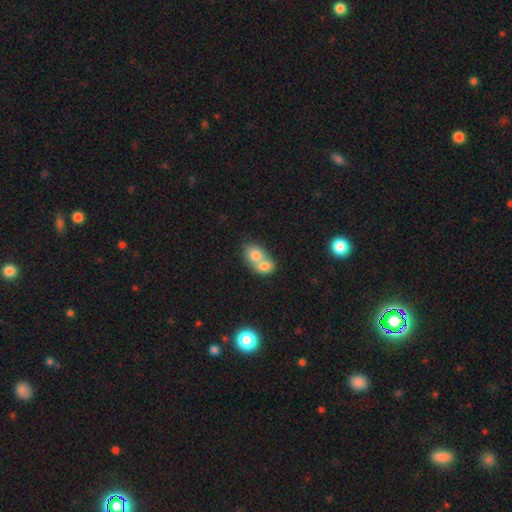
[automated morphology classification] Smooth or featured: smooth — 75% (featured or disk — 16%)
How rounded: in between — 61% (round — 38%)
Merging: merger — 74% (none — 18%)